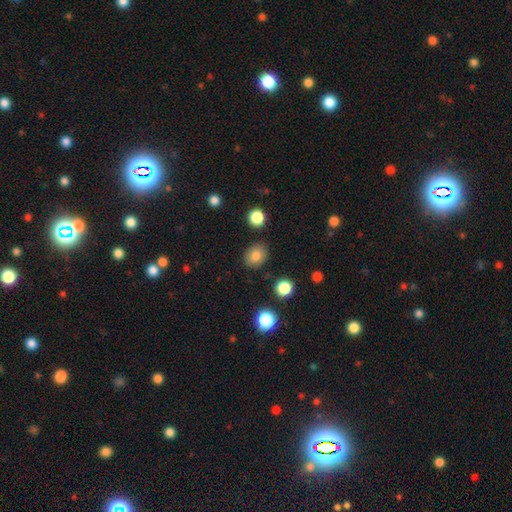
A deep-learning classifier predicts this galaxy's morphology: Smooth or featured? smooth (82%)
How rounded? in between (51%)
Merging? none (85%)